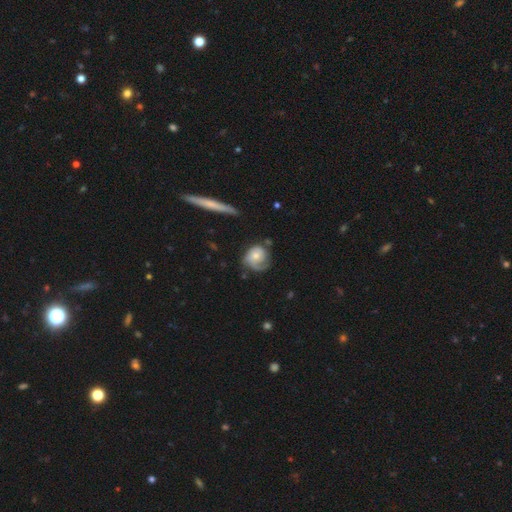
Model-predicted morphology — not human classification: type=featured or disk (68%); edge-on=no (96%); bar=no (75%); spiral arms=yes (90%); winding=tight (50%); arm count=1 (43%); bulge=moderate (49%); merging=none (55%).